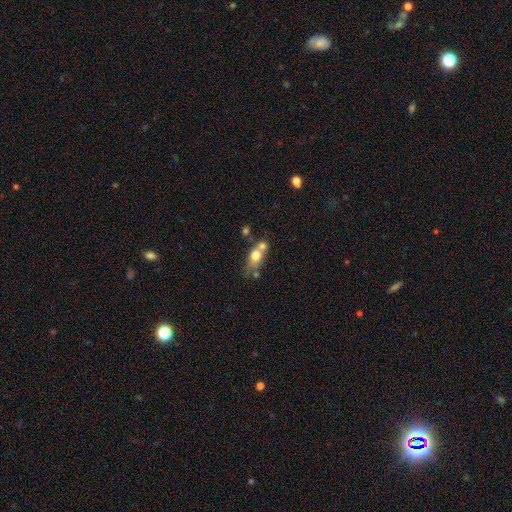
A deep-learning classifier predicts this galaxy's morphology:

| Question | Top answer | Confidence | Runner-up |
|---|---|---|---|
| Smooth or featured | smooth | 69% | featured or disk (22%) |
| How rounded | in between | 59% | round (35%) |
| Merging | merger | 52% | none (29%) |